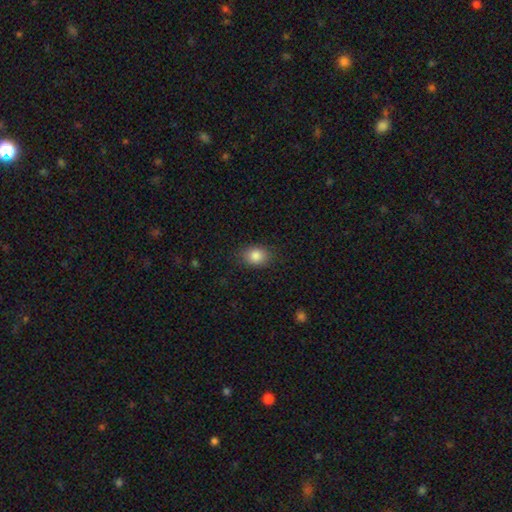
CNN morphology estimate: smooth-or-featured: smooth: 85% | star or artifact: 9% | featured or disk: 6%
  how-rounded: in between: 60% | round: 39% | cigar-shaped: 1%
  merging: none: 85% | minor disturbance: 11% | major disturbance: 3% | merger: 1%